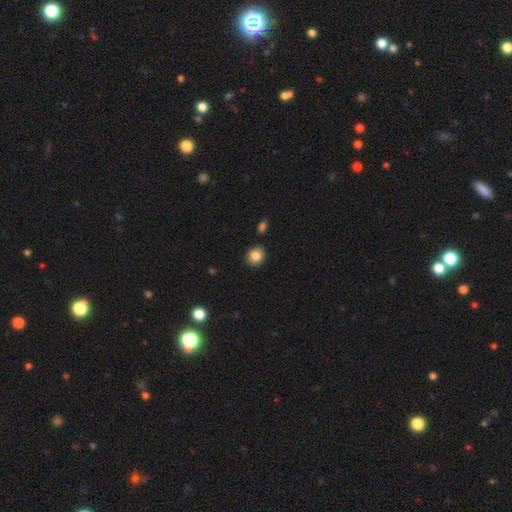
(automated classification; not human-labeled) The model was most divided on "how rounded": round: 69%, in between: 30%, cigar-shaped: 1%. More confident: merging — none (87%); smooth or featured — smooth (85%).